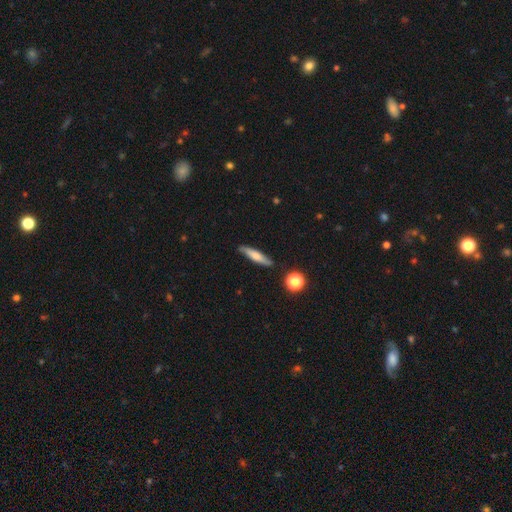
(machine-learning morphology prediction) The model was most divided on "smooth or featured": smooth: 63%, featured or disk: 30%, star or artifact: 7%. More confident: merging — none (85%); how rounded — cigar-shaped (83%).